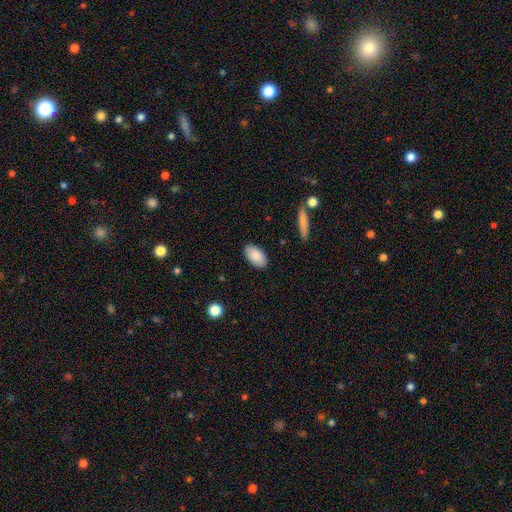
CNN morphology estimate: Q: Smooth or featured?
A: smooth (87%); runner-up: featured or disk (7%)
Q: How rounded?
A: in between (95%); runner-up: round (3%)
Q: Merging?
A: none (88%); runner-up: minor disturbance (9%)